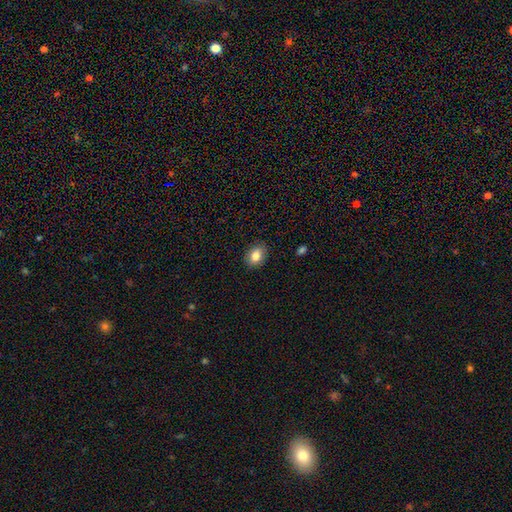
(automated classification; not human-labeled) This is clearly a smooth galaxy (83%). How rounded: likely in between (75%). Merging: clearly none (87%).